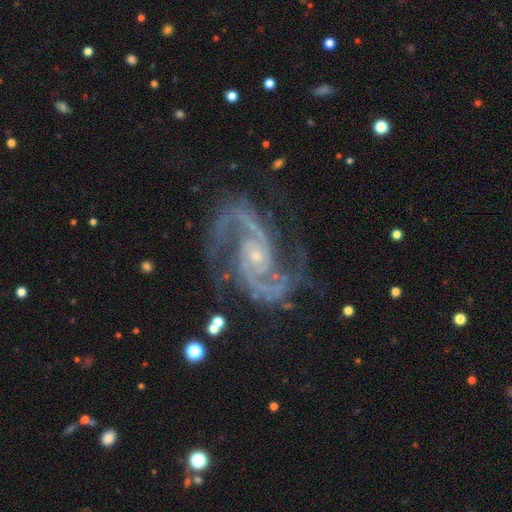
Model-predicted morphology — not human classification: The model was most divided on "bar": no: 59%, weak: 30%, strong: 11%. More confident: spiral arms — yes (99%); edge-on disk — no (98%); smooth or featured — featured or disk (94%); spiral arm count — 2 (89%); bulge size — small (78%); merging — none (74%); spiral winding — medium (60%).